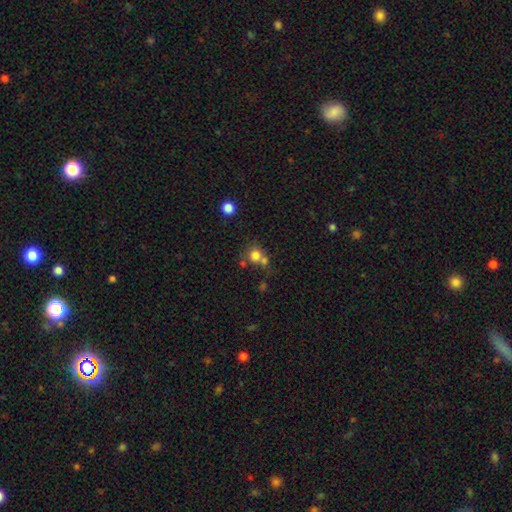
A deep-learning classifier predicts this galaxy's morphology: Smooth or featured?
  - smooth: 76% *
  - star or artifact: 13%
  - featured or disk: 11%
How rounded?
  - round: 85% *
  - in between: 14%
  - cigar-shaped: 1%
Merging?
  - none: 49% *
  - merger: 37%
  - minor disturbance: 9%
  - major disturbance: 5%